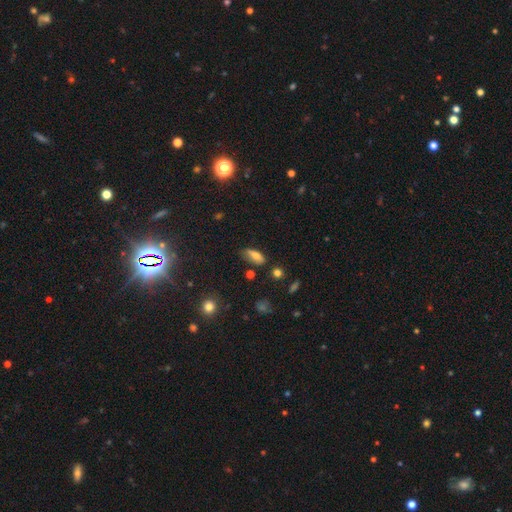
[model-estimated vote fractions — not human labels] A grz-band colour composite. It shows a smooth galaxy with no disk features (71%) that is in between round and cigar-shaped (79%). Merging: none (56%).